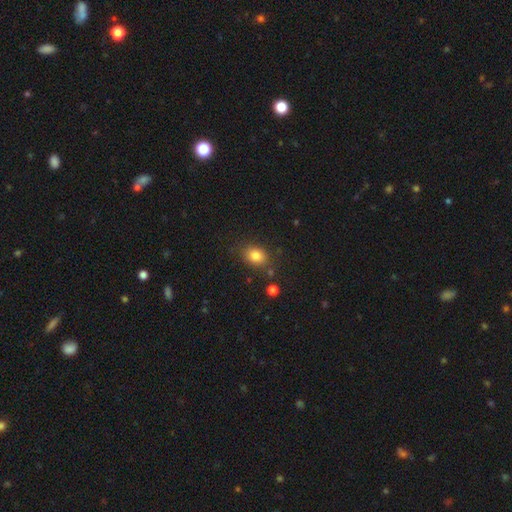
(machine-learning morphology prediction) smooth-or-featured: smooth: 82% | star or artifact: 11% | featured or disk: 7%
  how-rounded: in between: 62% | round: 37% | cigar-shaped: 1%
  merging: none: 80% | minor disturbance: 13% | major disturbance: 4% | merger: 4%